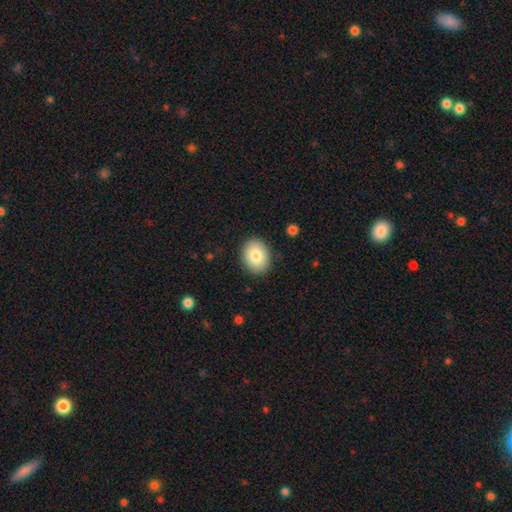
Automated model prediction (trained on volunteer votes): The model was most divided on "how rounded": in between: 53%, round: 46%, cigar-shaped: 1%. More confident: merging — none (88%); smooth or featured — smooth (81%).